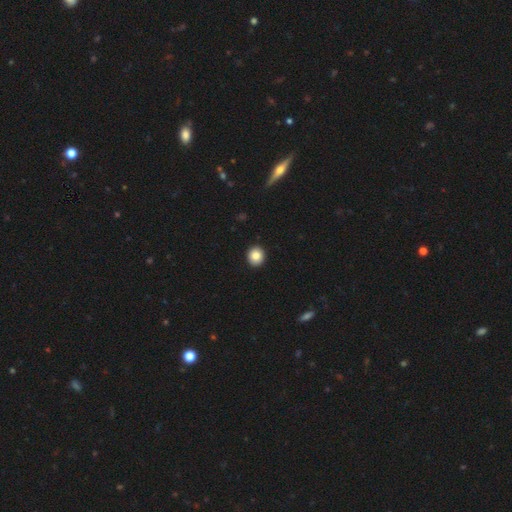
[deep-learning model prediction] smooth_or_featured: smooth (p=0.86) [alt: star or artifact p=0.09]
how_rounded: round (p=0.84) [alt: in between p=0.15]
merging: none (p=0.93) [alt: minor disturbance p=0.05]